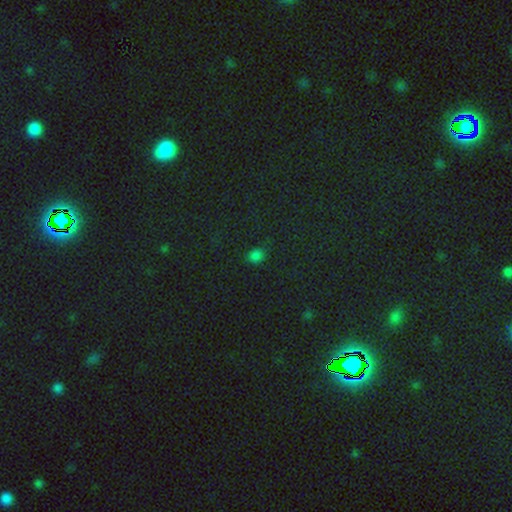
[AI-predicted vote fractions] Smooth or featured?
  - smooth: 70% *
  - star or artifact: 25%
  - featured or disk: 5%
How rounded?
  - round: 61% *
  - in between: 37%
  - cigar-shaped: 1%
Merging?
  - none: 79% *
  - minor disturbance: 14%
  - major disturbance: 5%
  - merger: 2%